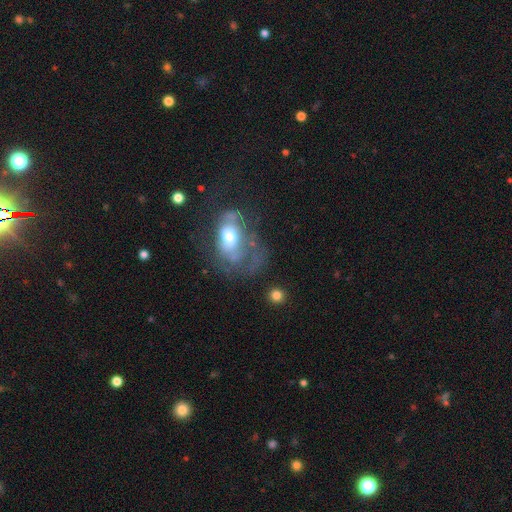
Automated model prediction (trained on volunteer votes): featured or disk 60%, smooth 29%, star or artifact 11%. Down the decision tree: edge-on disk — no (95%); bar — no (73%); spiral arms — no (53%); bulge size — moderate (62%); merging — major disturbance (49%).